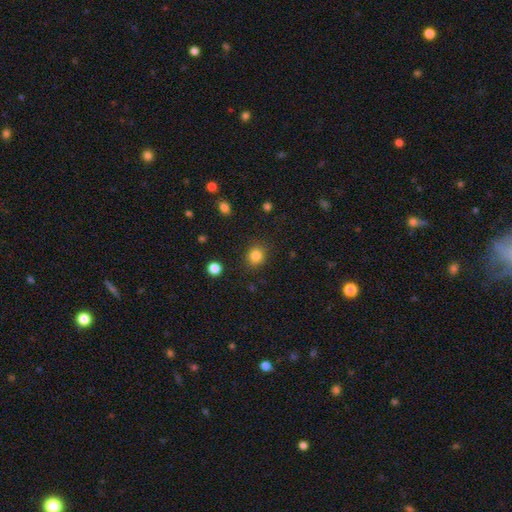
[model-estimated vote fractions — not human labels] smooth_or_featured: smooth (p=0.84) [alt: star or artifact p=0.11]
how_rounded: round (p=0.82) [alt: in between p=0.17]
merging: none (p=0.87) [alt: minor disturbance p=0.08]